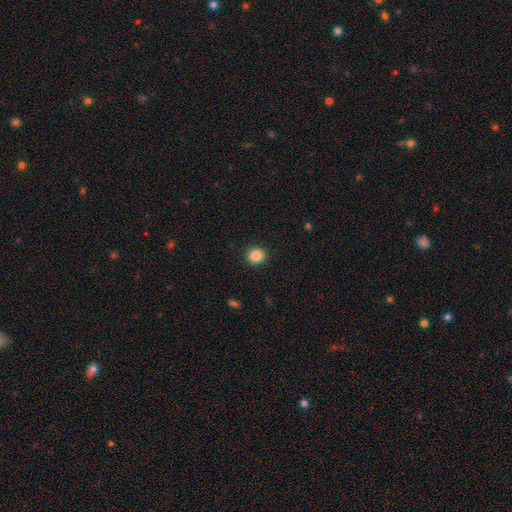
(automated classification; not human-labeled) This appears to be a smooth galaxy with no disk features (86%) that is round (88%). Merging: none (91%).